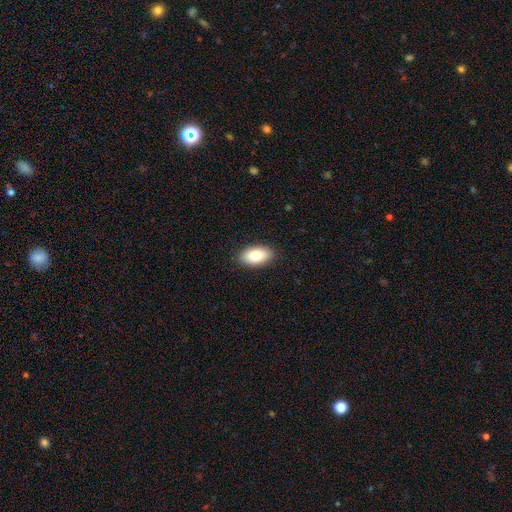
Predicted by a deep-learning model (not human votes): The model was most divided on "smooth or featured": smooth: 81%, featured or disk: 12%, star or artifact: 7%. More confident: how rounded — in between (94%); merging — none (89%).